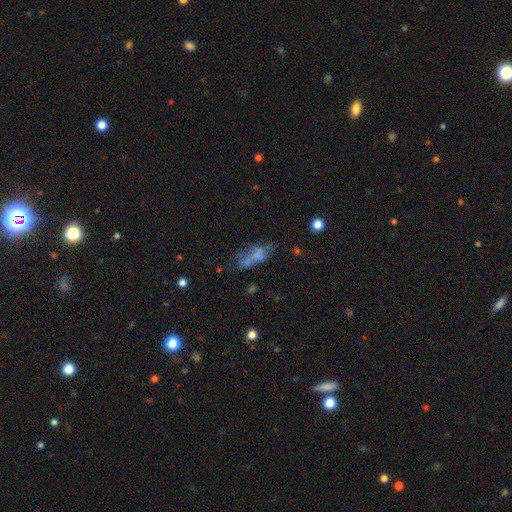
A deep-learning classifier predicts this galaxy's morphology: smooth 48%, featured or disk 37%, star or artifact 15%. Down the decision tree: merging — none (39%).